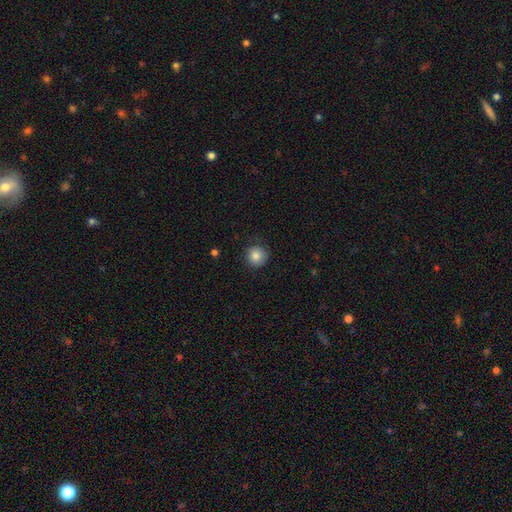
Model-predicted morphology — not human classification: smooth_or_featured: smooth (p=0.83) [alt: star or artifact p=0.10]
how_rounded: round (p=0.93) [alt: in between p=0.06]
merging: none (p=0.81) [alt: minor disturbance p=0.14]